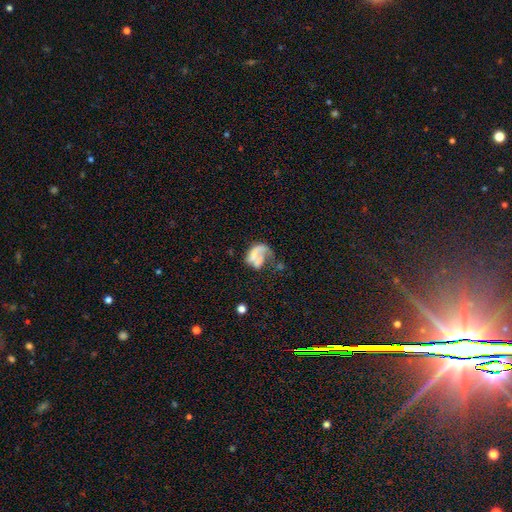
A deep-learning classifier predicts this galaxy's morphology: type=featured or disk (48%); merging=major disturbance (44%).